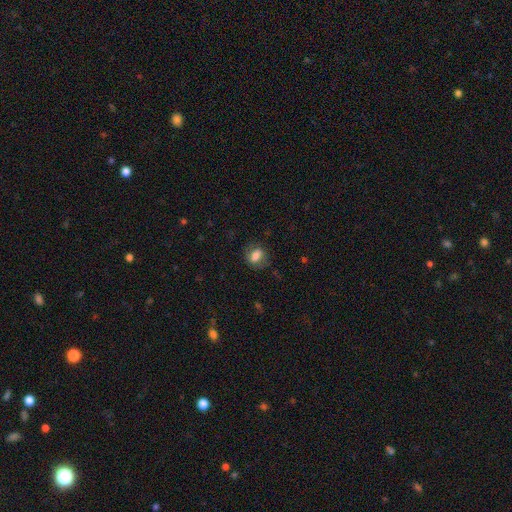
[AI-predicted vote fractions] A smooth galaxy with no disk features (77%) that is in between round and cigar-shaped (69%).

Vote fractions:
- Smooth or featured? smooth: 77% / featured or disk: 14% / star or artifact: 9%
- How rounded? in between: 69% / round: 30% / cigar-shaped: 2%
- Merging? none: 71% / minor disturbance: 19% / major disturbance: 9% / merger: 1%